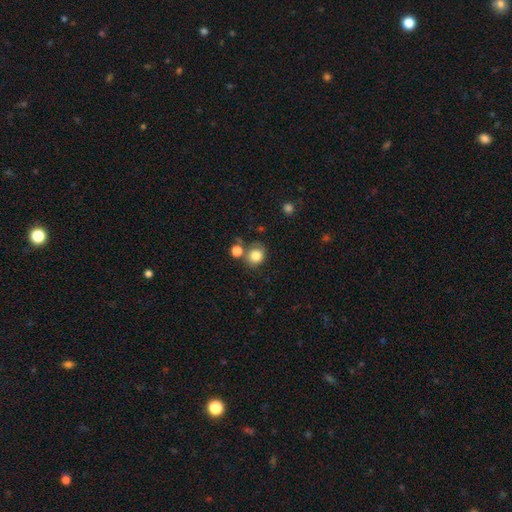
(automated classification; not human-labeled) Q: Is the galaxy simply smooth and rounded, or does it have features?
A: smooth — 82%.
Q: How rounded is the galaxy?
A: round — 82%.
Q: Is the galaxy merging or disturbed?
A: none — 63%.